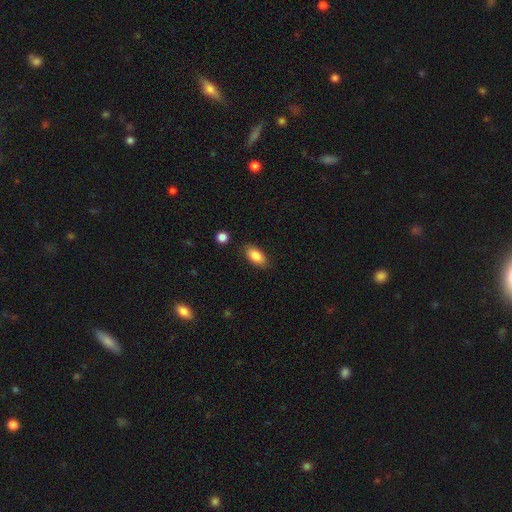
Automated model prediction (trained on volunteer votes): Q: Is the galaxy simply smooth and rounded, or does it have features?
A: smooth — 87%.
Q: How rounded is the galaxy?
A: in between — 90%.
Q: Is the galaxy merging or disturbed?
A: none — 85%.